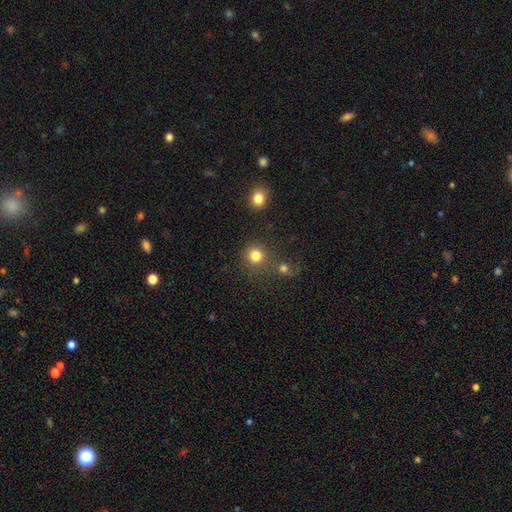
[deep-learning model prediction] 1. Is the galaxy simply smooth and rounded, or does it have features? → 82% smooth, 13% star or artifact, 5% featured or disk.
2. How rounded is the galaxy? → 90% round, 9% in between, 1% cigar-shaped.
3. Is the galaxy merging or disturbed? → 72% none, 15% merger, 9% minor disturbance, 4% major disturbance.